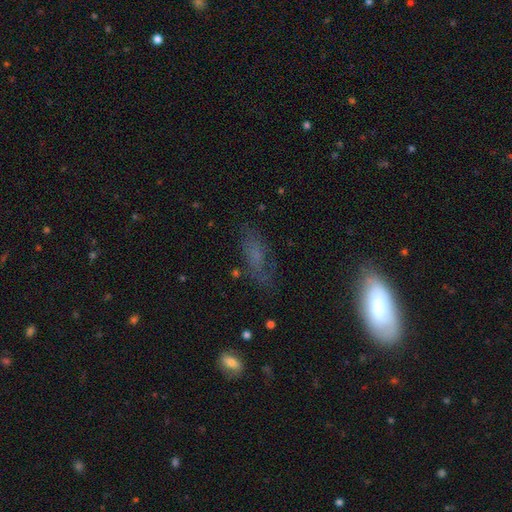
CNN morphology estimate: smooth_or_featured: smooth (p=0.51) [alt: featured or disk p=0.29]
how_rounded: in between (p=0.67) [alt: cigar-shaped p=0.27]
merging: none (p=0.64) [alt: minor disturbance p=0.21]